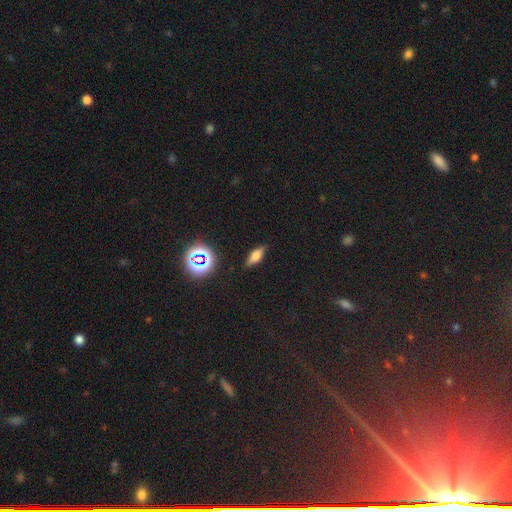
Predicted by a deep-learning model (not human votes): smooth 61%, featured or disk 24%, star or artifact 15%. Down the decision tree: how rounded — in between (60%); merging — none (85%).